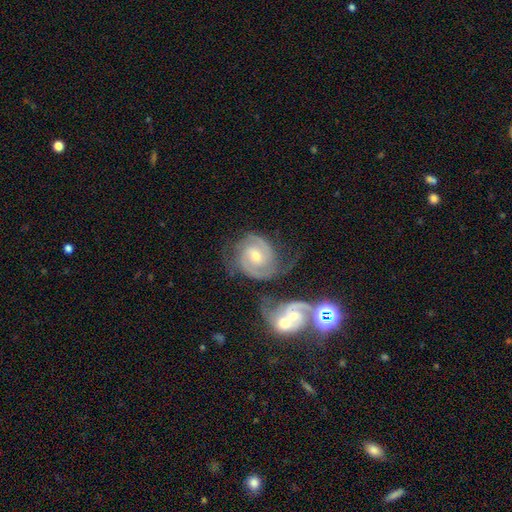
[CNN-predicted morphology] Overall: featured or disk (89%). Edge-on disk: no (98%). Bar: no (48%; weak 40%). Spiral arms: yes (98%). Spiral arm count: 2 (78%). Spiral winding: tight (53%; medium 40%). Bulge size: moderate (54%; small 43%). Merging: none (53%; merger 21%).